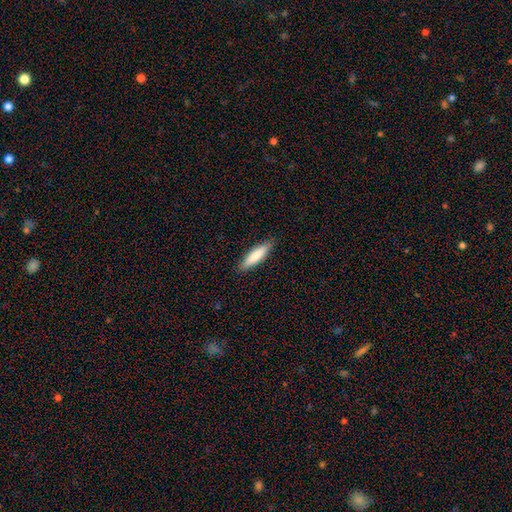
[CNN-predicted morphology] Smooth or featured?
  - smooth: 82% *
  - featured or disk: 13%
  - star or artifact: 5%
How rounded?
  - cigar-shaped: 71% *
  - in between: 27%
  - round: 1%
Merging?
  - none: 89% *
  - minor disturbance: 9%
  - major disturbance: 2%
  - merger: 1%